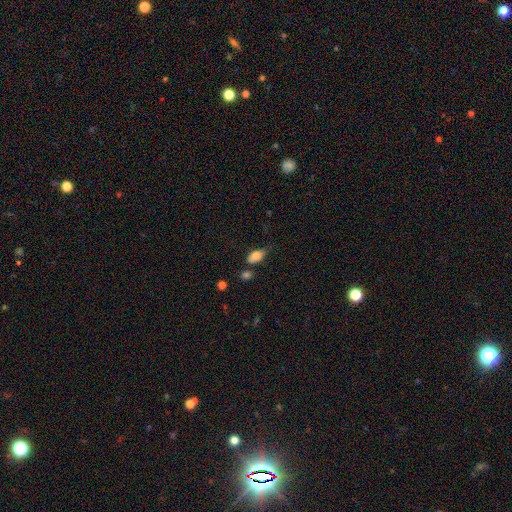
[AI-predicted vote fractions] smooth_or_featured: smooth (p=0.80) [alt: featured or disk p=0.12]
how_rounded: in between (p=0.90) [alt: cigar-shaped p=0.05]
merging: none (p=0.58) [alt: minor disturbance p=0.26]